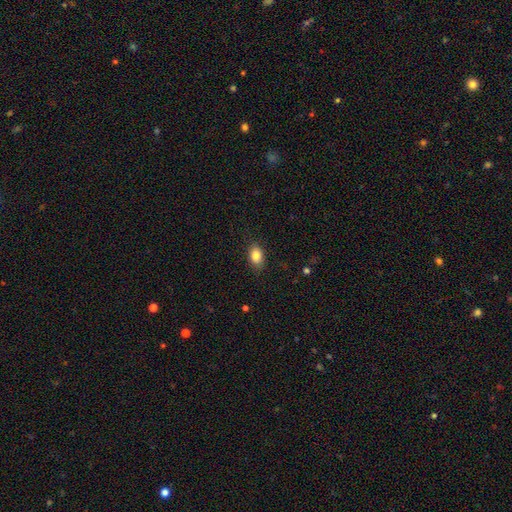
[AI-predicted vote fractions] The model was most divided on "how rounded": in between: 85%, round: 14%, cigar-shaped: 2%. More confident: merging — none (86%); smooth or featured — smooth (84%).